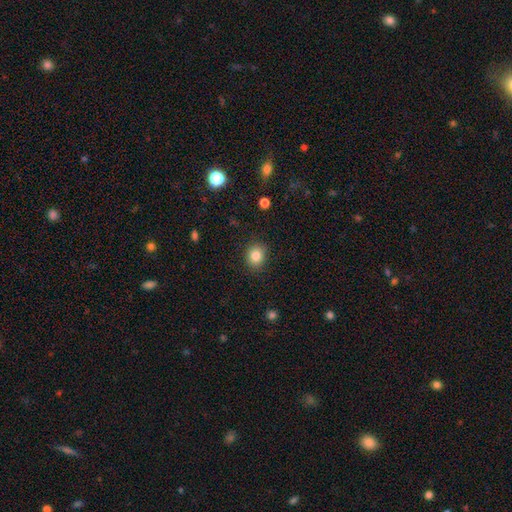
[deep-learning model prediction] Overall: smooth (84%). How rounded: round (67%; in between 32%). Merging: none (87%).